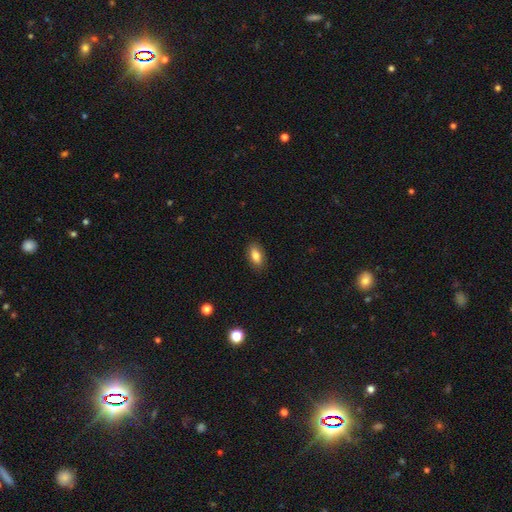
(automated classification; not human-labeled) Smooth or featured? Predicted: smooth (p=0.82). How rounded? Predicted: in between (p=0.89). Merging? Predicted: none (p=0.87).